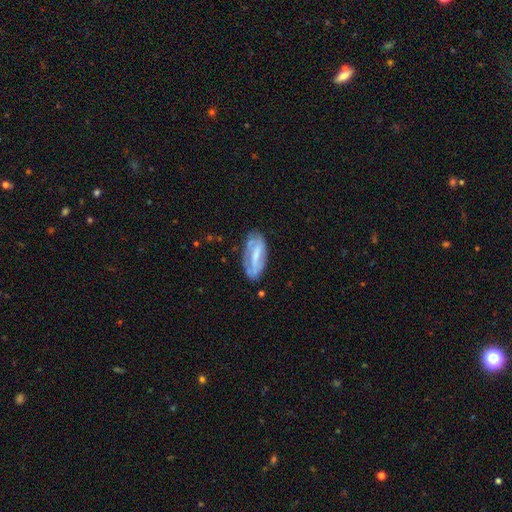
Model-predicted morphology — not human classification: Smooth or featured? featured or disk (56%)
Edge-on disk? no (87%)
Merging? none (67%)